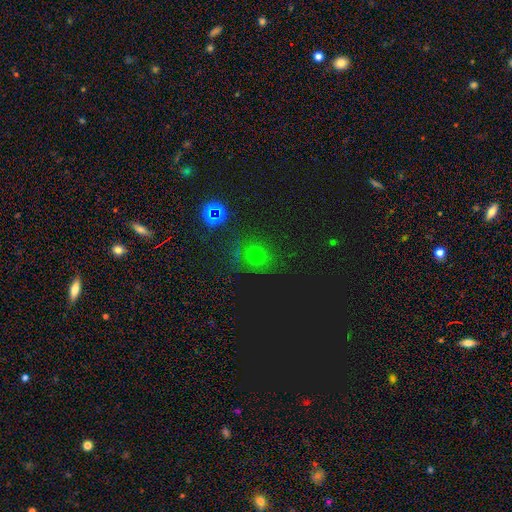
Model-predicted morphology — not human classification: This is possibly a smooth galaxy (47%). Merging: likely none (74%).